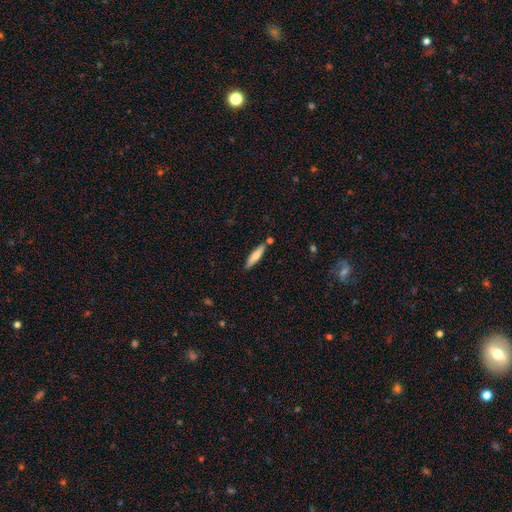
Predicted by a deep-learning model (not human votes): Smooth or featured? smooth (72%)
How rounded? cigar-shaped (82%)
Merging? none (81%)